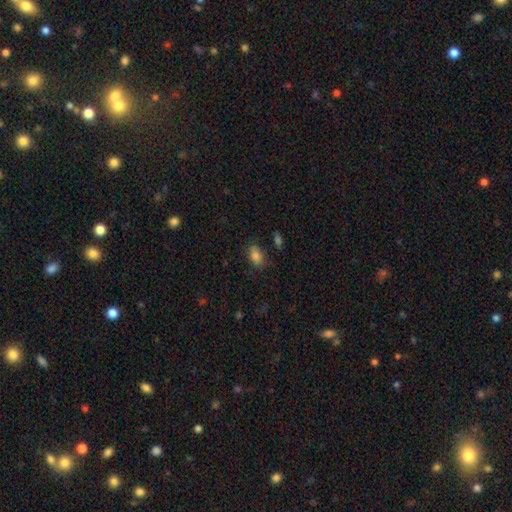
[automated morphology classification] smooth_or_featured: smooth (p=0.82) [alt: star or artifact p=0.10]
how_rounded: in between (p=0.88) [alt: round p=0.10]
merging: none (p=0.76) [alt: minor disturbance p=0.17]